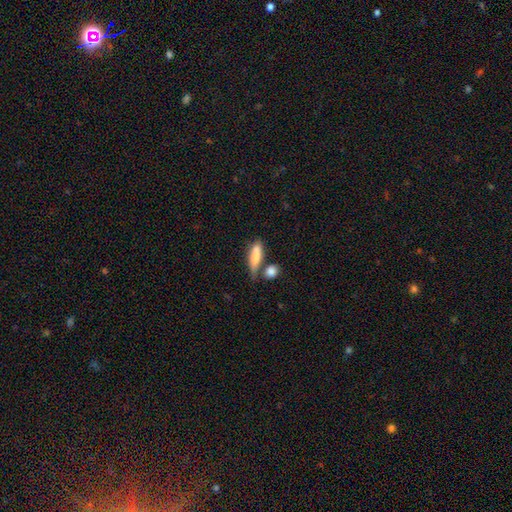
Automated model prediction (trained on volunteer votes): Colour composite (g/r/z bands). It shows a smooth galaxy with no disk features (79%) that is cigar-shaped (52%). Merging: none (48%).